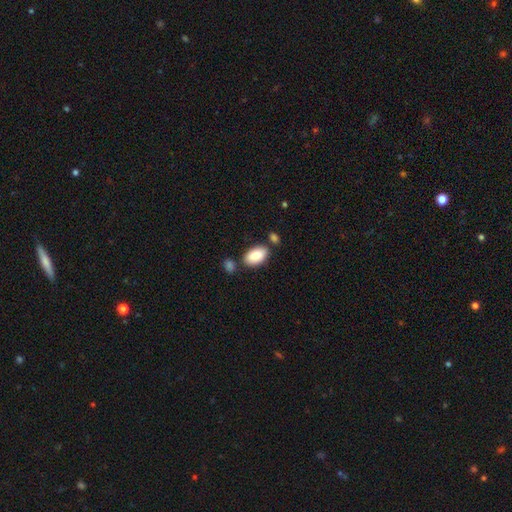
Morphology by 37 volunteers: Smooth or featured? 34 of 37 (92%) said smooth. How rounded? 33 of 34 (97%) said in between. Merging? 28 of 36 (78%) said none.